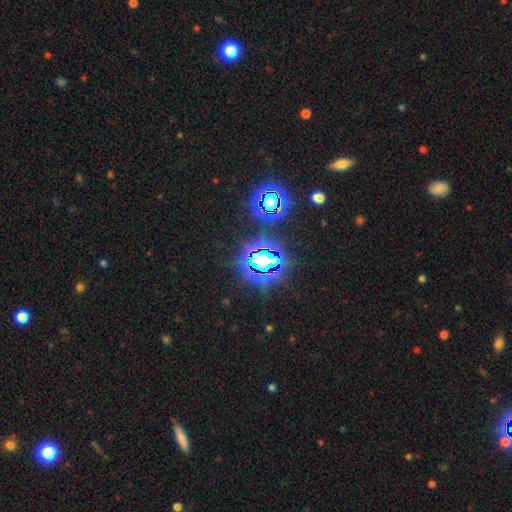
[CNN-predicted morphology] smooth_or_featured: star or artifact (p=0.72) [alt: smooth p=0.17]